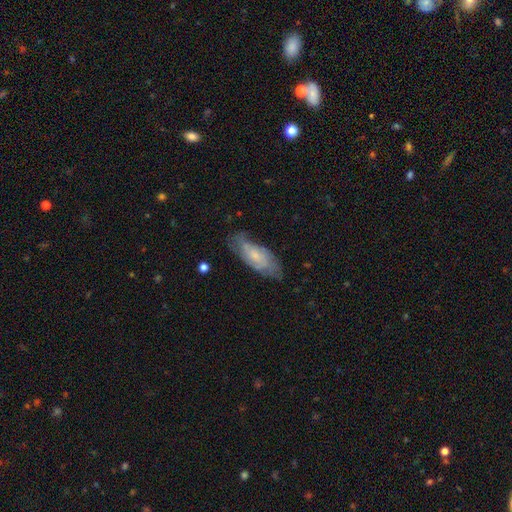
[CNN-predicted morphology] Q: Smooth or featured?
A: featured or disk (53%); runner-up: smooth (40%)
Q: Edge-on disk?
A: no (86%); runner-up: yes (14%)
Q: Merging?
A: none (63%); runner-up: minor disturbance (27%)